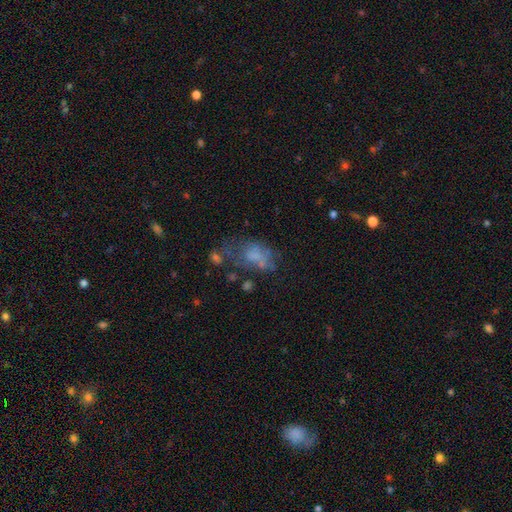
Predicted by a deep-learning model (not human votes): Smooth or featured? Predicted: smooth (p=0.50). Merging? Predicted: major disturbance (p=0.31).